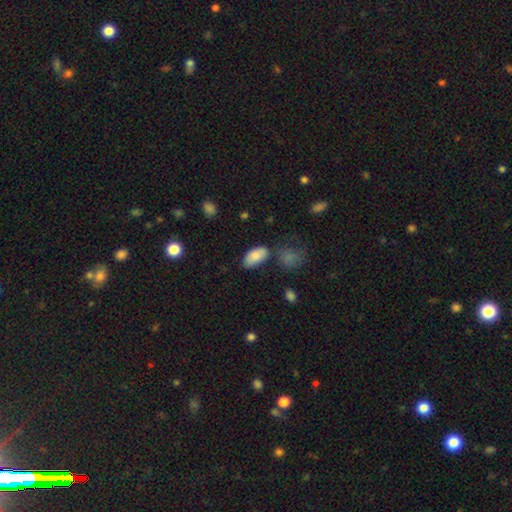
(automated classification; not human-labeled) A smooth galaxy with no disk features (84%) that is in between round and cigar-shaped (94%).

Vote fractions:
- Smooth or featured? smooth: 84% / featured or disk: 8% / star or artifact: 7%
- How rounded? in between: 94% / round: 3% / cigar-shaped: 3%
- Merging? none: 63% / minor disturbance: 23% / merger: 8% / major disturbance: 6%